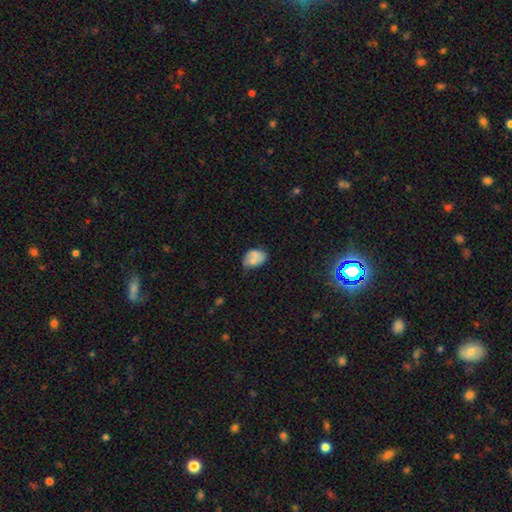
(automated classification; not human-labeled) Smooth or featured? Predicted: smooth (p=0.66). How rounded? Predicted: in between (p=0.79). Merging? Predicted: none (p=0.39).